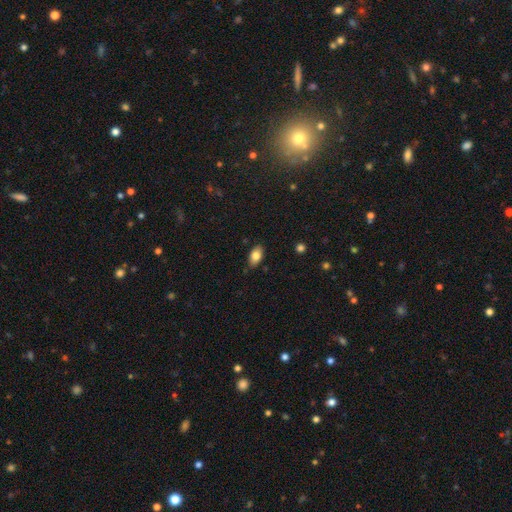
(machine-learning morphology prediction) Smooth or featured: smooth — 80% (featured or disk — 12%)
How rounded: in between — 90% (round — 6%)
Merging: none — 83% (minor disturbance — 14%)